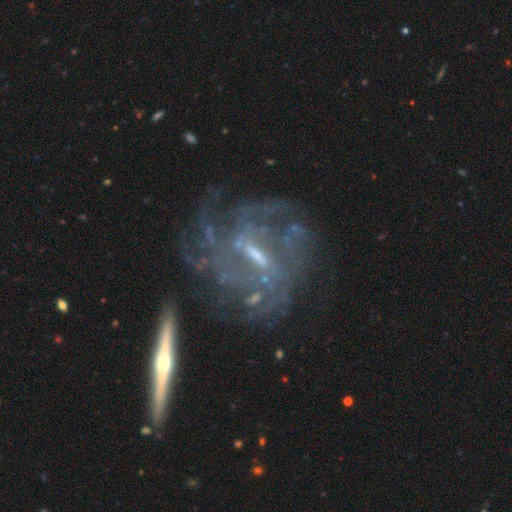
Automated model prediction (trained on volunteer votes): Q: Smooth or featured?
A: featured or disk (86%); runner-up: star or artifact (9%)
Q: Edge-on disk?
A: no (89%); runner-up: yes (11%)
Q: Bar?
A: weak (45%); runner-up: strong (41%)
Q: Spiral arms?
A: yes (88%); runner-up: no (12%)
Q: Spiral winding?
A: tight (52%); runner-up: medium (34%)
Q: Spiral arm count?
A: can't tell (44%); runner-up: 4 (16%)
Q: Bulge size?
A: small (51%); runner-up: moderate (34%)
Q: Merging?
A: none (62%); runner-up: minor disturbance (17%)